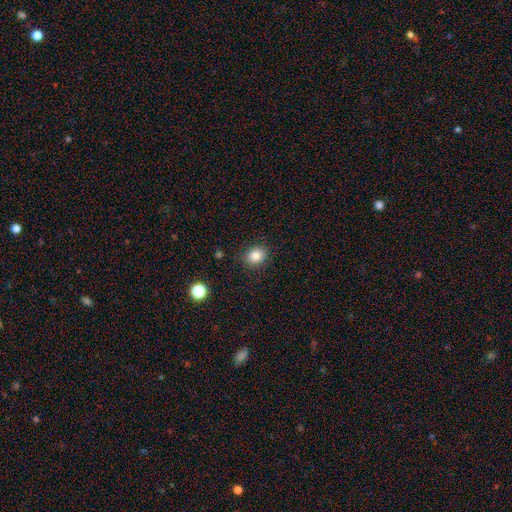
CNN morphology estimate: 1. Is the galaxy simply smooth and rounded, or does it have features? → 83% smooth, 11% star or artifact, 6% featured or disk.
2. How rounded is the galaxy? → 61% round, 38% in between, 1% cigar-shaped.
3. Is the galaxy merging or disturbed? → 86% none, 10% minor disturbance, 3% major disturbance, 1% merger.